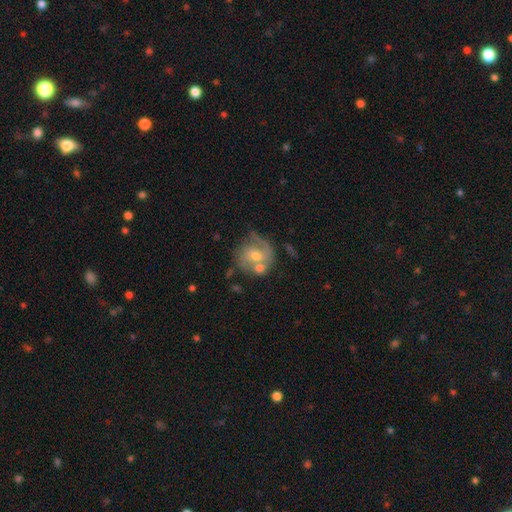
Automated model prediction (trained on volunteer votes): The model was most divided on "spiral arm count": 2: 42%, 1: 37%, can't tell: 14%, 3: 4%, 4: 1%, more than 4: 1%. Remaining: edge-on disk — no (97%); spiral arms — yes (81%); smooth or featured — featured or disk (66%); bar — no (62%); bulge size — moderate (60%); merging — none (49%); spiral winding — medium (41%).